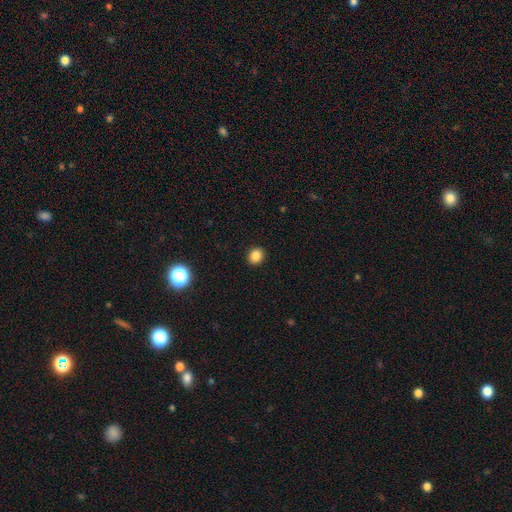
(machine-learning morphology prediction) A smooth galaxy with no disk features (85%) that is round (72%). Merging: none (92%).